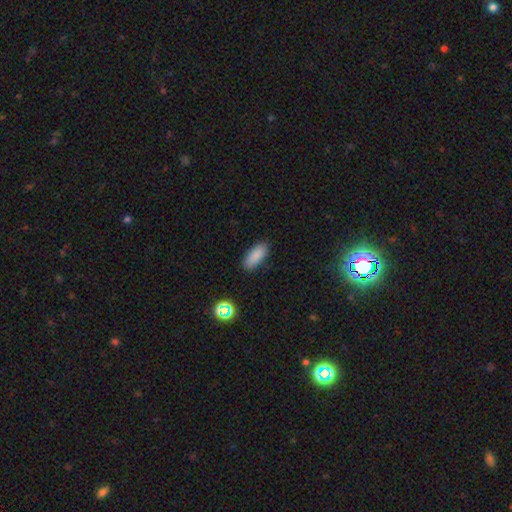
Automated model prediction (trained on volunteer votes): Overall: smooth (86%). How rounded: in between (83%). Merging: none (86%).